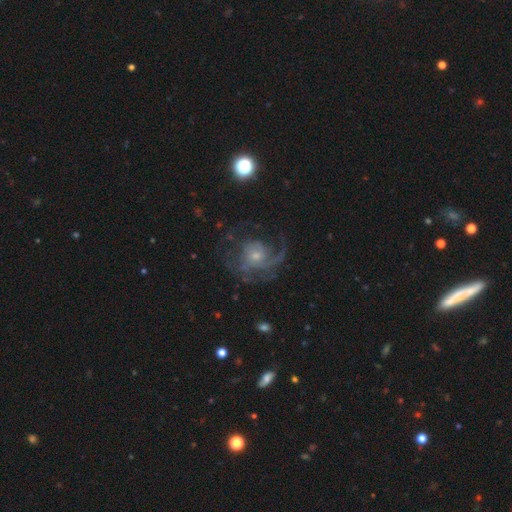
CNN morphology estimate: Smooth or featured? featured or disk (80%)
Edge-on disk? no (98%)
Bar? no (75%)
Spiral arms? yes (92%)
Spiral winding? medium (43%)
Spiral arm count? can't tell (27%)
Bulge size? small (63%)
Merging? none (59%)